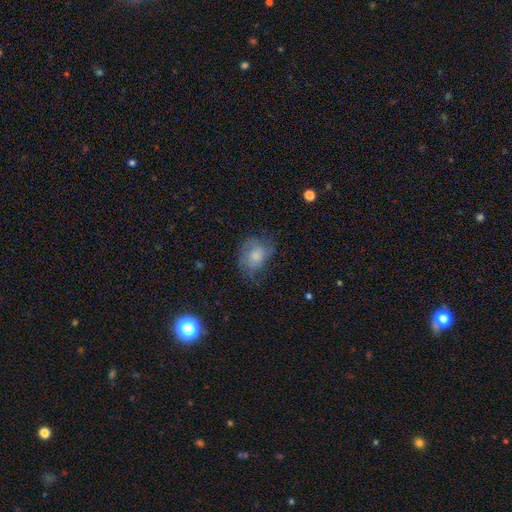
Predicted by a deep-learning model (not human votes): The model was most divided on "how rounded": in between: 56%, round: 42%, cigar-shaped: 1%. More confident: smooth or featured — smooth (58%); merging — none (51%).